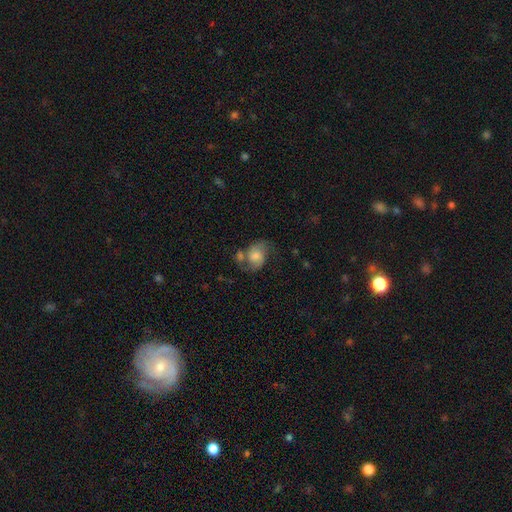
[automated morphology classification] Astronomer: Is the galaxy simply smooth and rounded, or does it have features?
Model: featured or disk — 53% (runner-up: smooth, 38%).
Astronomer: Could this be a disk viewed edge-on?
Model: no — 97%.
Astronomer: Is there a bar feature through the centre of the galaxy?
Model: no — 65%.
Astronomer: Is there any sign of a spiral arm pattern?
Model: yes — 86%.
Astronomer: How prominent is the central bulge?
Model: moderate — 39% (runner-up: small, 29%).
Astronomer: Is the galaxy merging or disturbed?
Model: none — 40% (runner-up: merger, 25%).